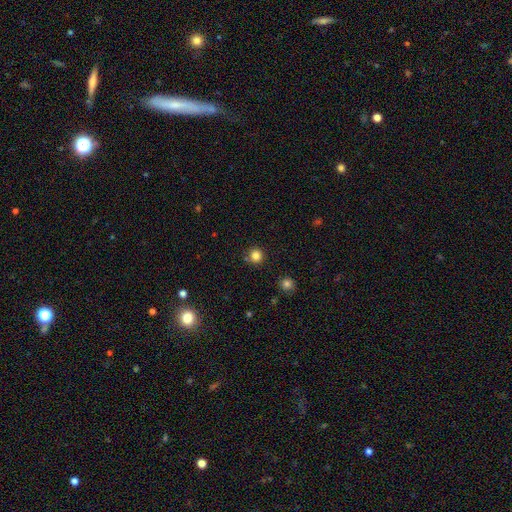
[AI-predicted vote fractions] Smooth or featured?
  - smooth: 83% *
  - star or artifact: 13%
  - featured or disk: 4%
How rounded?
  - round: 93% *
  - in between: 6%
  - cigar-shaped: 1%
Merging?
  - none: 85% *
  - minor disturbance: 8%
  - merger: 5%
  - major disturbance: 2%